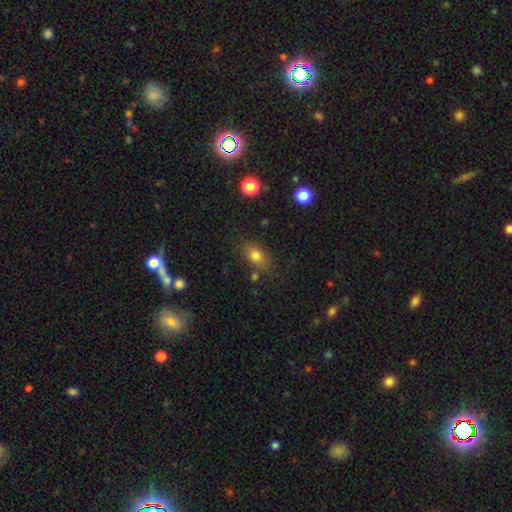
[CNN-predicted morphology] smooth_or_featured: smooth (p=0.78) [alt: star or artifact p=0.12]
how_rounded: in between (p=0.74) [alt: round p=0.23]
merging: none (p=0.73) [alt: minor disturbance p=0.17]